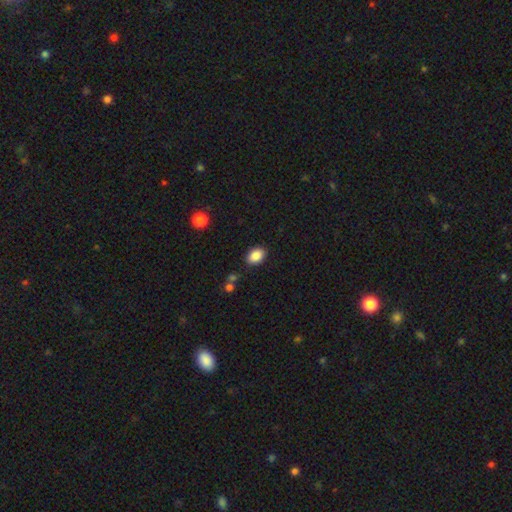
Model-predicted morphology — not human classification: Smooth or featured: smooth — 87% (star or artifact — 9%)
How rounded: in between — 81% (round — 18%)
Merging: none — 85% (minor disturbance — 10%)